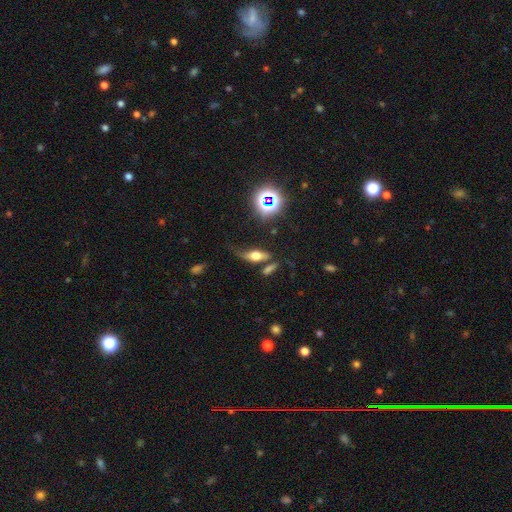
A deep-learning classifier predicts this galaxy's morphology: Overall: smooth (51%; featured or disk 34%). How rounded: in between (65%; cigar-shaped 27%). Merging: none (53%; minor disturbance 22%).